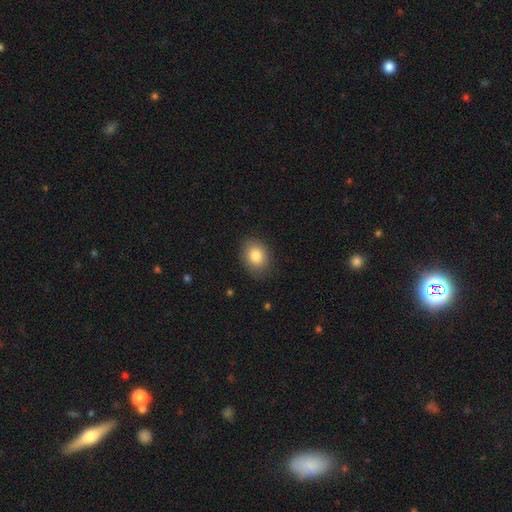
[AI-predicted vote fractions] Smooth or featured? Predicted: smooth (p=0.84). How rounded? Predicted: in between (p=0.60). Merging? Predicted: none (p=0.84).